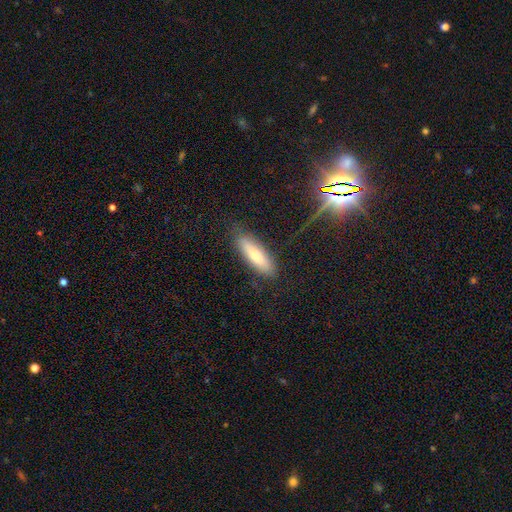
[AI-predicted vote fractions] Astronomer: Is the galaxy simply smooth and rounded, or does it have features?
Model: smooth — 77%.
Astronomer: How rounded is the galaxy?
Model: cigar-shaped — 57% (runner-up: in between, 41%).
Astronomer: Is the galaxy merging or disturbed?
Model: none — 82%.